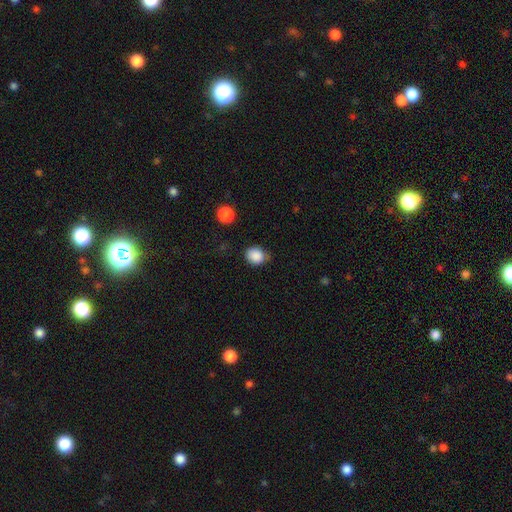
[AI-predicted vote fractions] Smooth or featured? smooth (87%)
How rounded? round (67%)
Merging? none (72%)